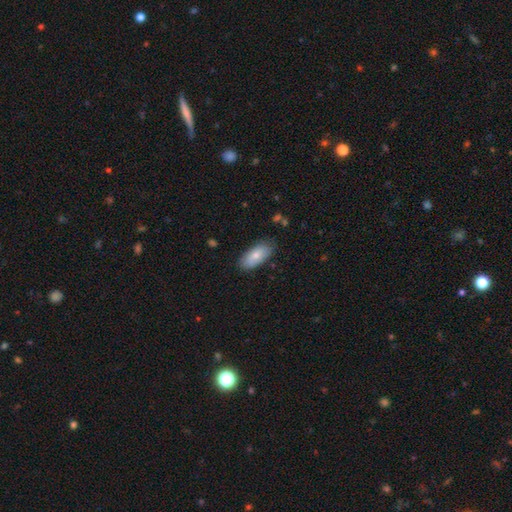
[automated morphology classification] Smooth or featured? smooth (79%)
How rounded? in between (91%)
Merging? none (81%)